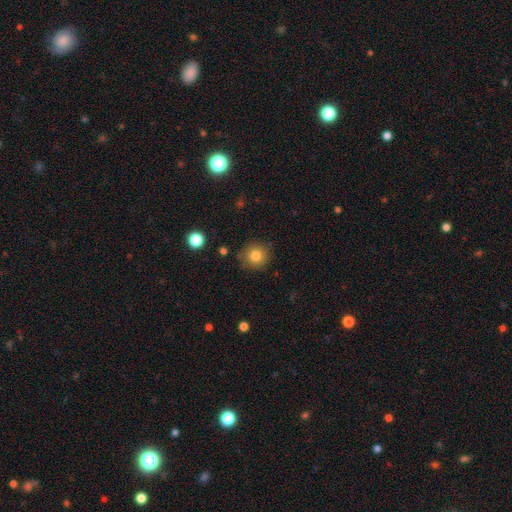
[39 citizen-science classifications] Smooth or featured?
  - smooth: 90% *
  - star or artifact: 8%
  - featured or disk: 3%
How rounded?
  - round: 91% *
  - in between: 6%
  - cigar-shaped: 3%
Merging?
  - none: 89% *
  - minor disturbance: 11%
  - major disturbance: 0%
  - merger: 0%